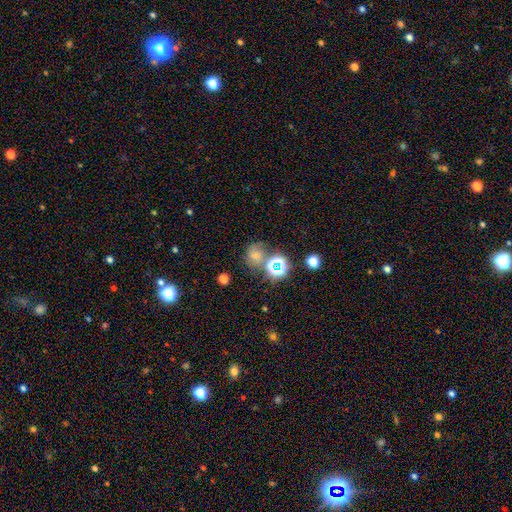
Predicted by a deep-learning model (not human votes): Morphology: type=smooth (56%); roundness=round (65%); merging=none (54%).